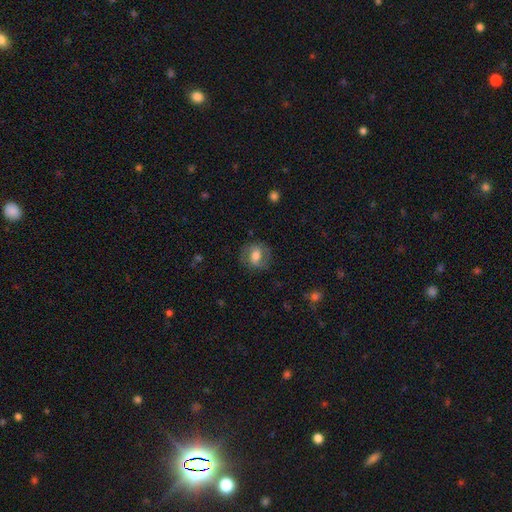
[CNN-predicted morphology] A smooth galaxy with no disk features (47%). Merging: none (76%).